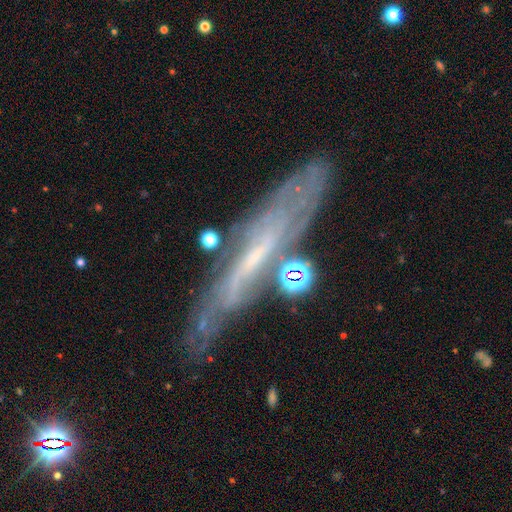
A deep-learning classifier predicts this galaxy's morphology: A featured or disk galaxy (72%) viewed edge-on (54%). Merging: none (64%).